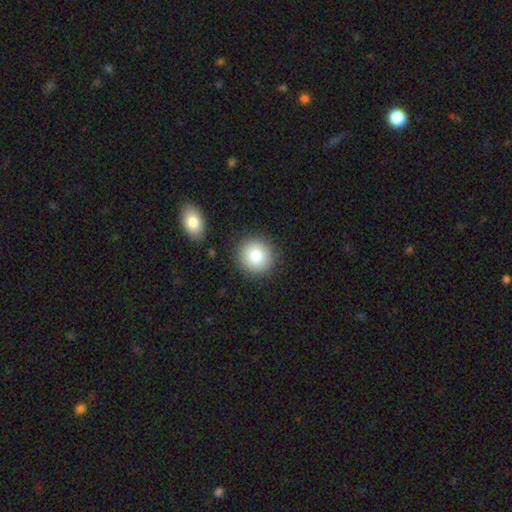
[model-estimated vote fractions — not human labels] This appears to be a smooth galaxy with no disk features (80%) that is round (91%). Merging: none (88%).